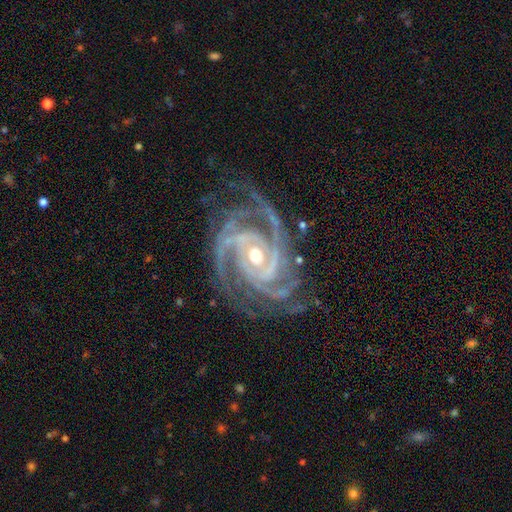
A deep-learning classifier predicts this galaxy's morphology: Q: Smooth or featured?
A: featured or disk (93%); runner-up: star or artifact (5%)
Q: Edge-on disk?
A: no (97%); runner-up: yes (3%)
Q: Bar?
A: no (45%); runner-up: weak (32%)
Q: Spiral arms?
A: yes (99%); runner-up: no (1%)
Q: Spiral winding?
A: tight (65%); runner-up: medium (31%)
Q: Spiral arm count?
A: 3 (35%); runner-up: 4 (21%)
Q: Bulge size?
A: moderate (58%); runner-up: small (38%)
Q: Merging?
A: none (72%); runner-up: minor disturbance (17%)